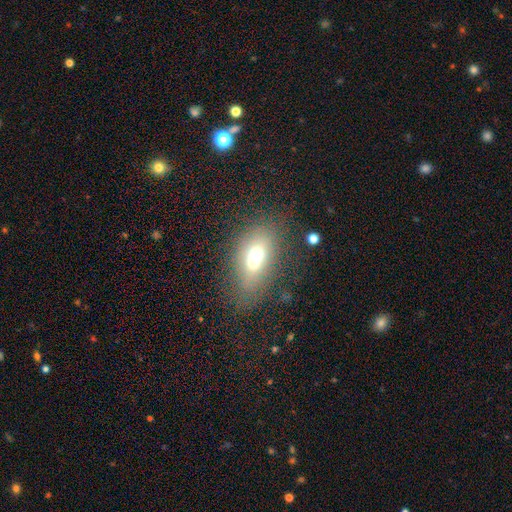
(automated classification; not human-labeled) A smooth galaxy with no disk features (58%) that is in between round and cigar-shaped (71%). Merging: merger (55%).